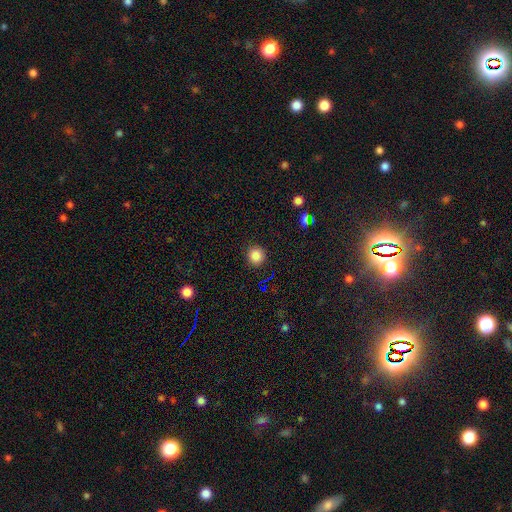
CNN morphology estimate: This appears to be a smooth galaxy with no disk features (85%) that is round (94%). Merging: none (91%).